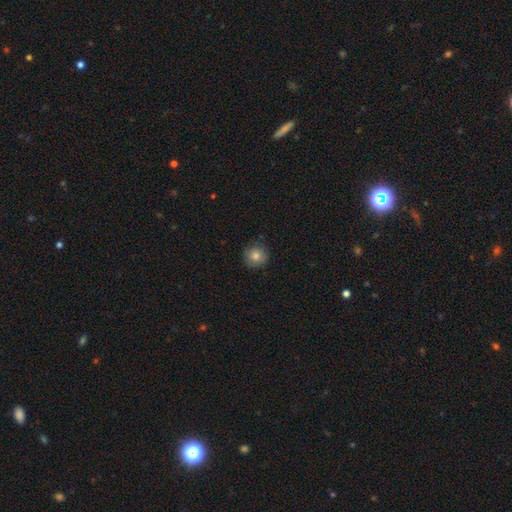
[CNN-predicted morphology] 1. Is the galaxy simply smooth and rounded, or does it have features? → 82% smooth, 10% star or artifact, 8% featured or disk.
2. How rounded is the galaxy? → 92% round, 7% in between, 1% cigar-shaped.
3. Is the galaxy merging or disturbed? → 84% none, 12% minor disturbance, 2% major disturbance, 1% merger.